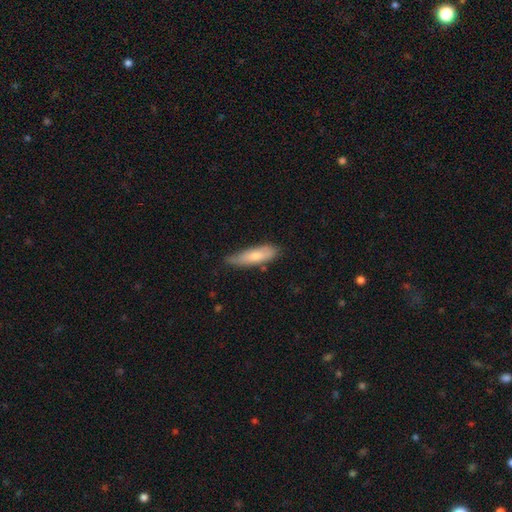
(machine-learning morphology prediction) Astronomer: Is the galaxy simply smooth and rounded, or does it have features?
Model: smooth — 73%.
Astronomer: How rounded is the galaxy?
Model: cigar-shaped — 58% (runner-up: in between, 40%).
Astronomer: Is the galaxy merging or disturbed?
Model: none — 59%.